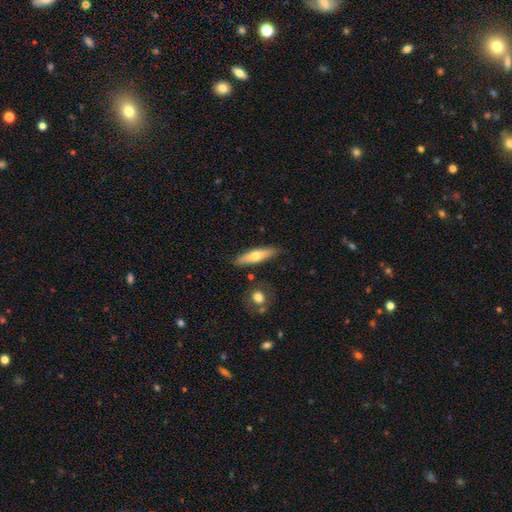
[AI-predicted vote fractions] Smooth or featured? smooth (59%)
How rounded? cigar-shaped (74%)
Merging? none (85%)